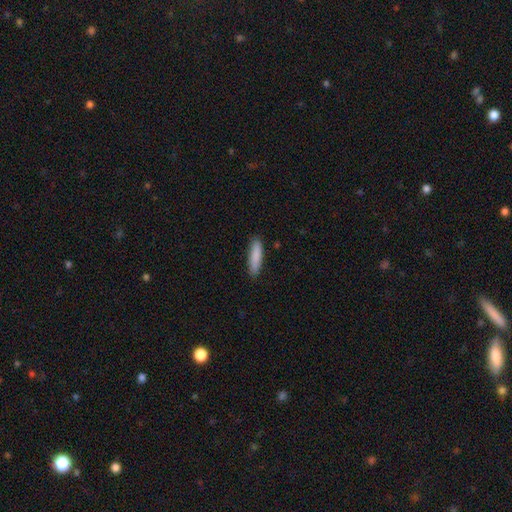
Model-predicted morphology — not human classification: The model was most divided on "how rounded": cigar-shaped: 76%, in between: 23%, round: 1%. More confident: merging — none (87%); smooth or featured — smooth (87%).